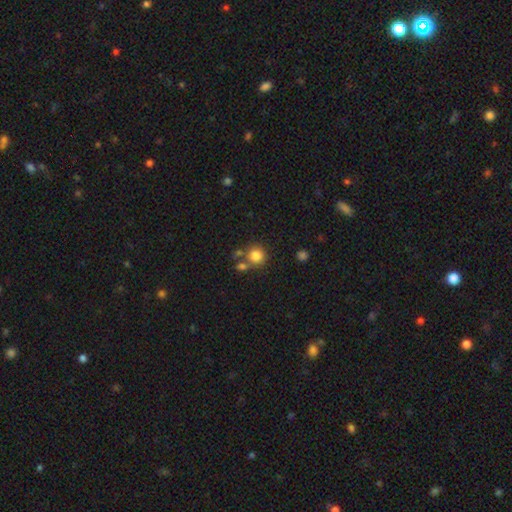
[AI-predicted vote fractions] smooth-or-featured: smooth: 82% | star or artifact: 11% | featured or disk: 7%
  how-rounded: round: 89% | in between: 10% | cigar-shaped: 1%
  merging: none: 64% | merger: 22% | minor disturbance: 10% | major disturbance: 4%